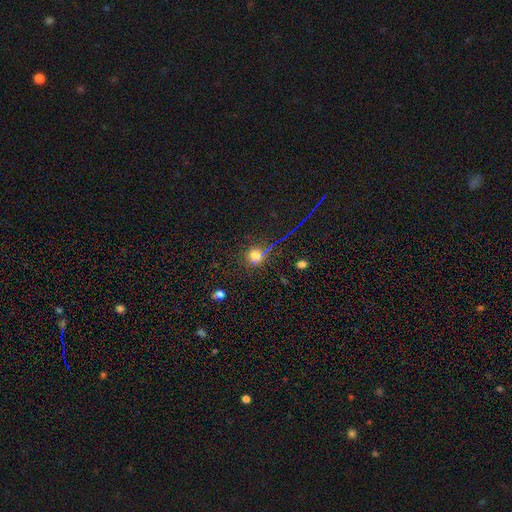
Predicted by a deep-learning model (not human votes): A smooth galaxy with no disk features (65%) that is round (84%). Merging: none (76%).